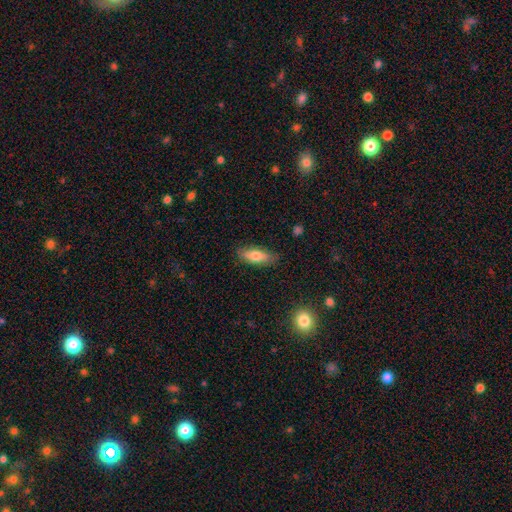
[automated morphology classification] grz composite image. It shows a smooth galaxy with no disk features (76%) that is in between round and cigar-shaped (70%). Merging: none (83%).